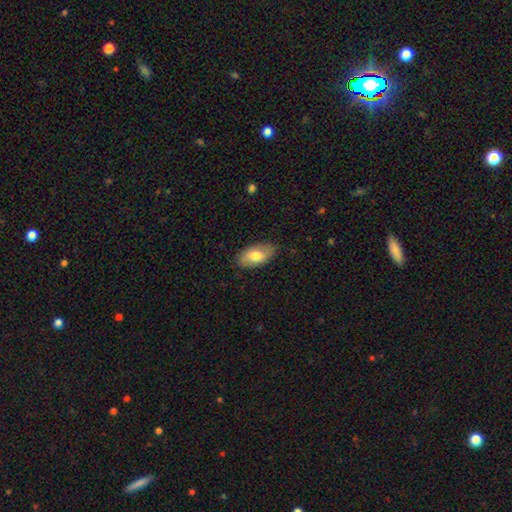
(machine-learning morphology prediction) Smooth or featured?
  - smooth: 74% *
  - featured or disk: 20%
  - star or artifact: 6%
How rounded?
  - in between: 93% *
  - cigar-shaped: 4%
  - round: 3%
Merging?
  - none: 83% *
  - minor disturbance: 14%
  - major disturbance: 3%
  - merger: 1%